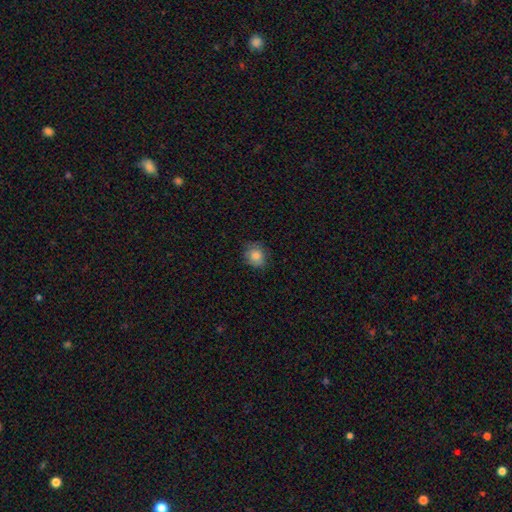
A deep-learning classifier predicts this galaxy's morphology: smooth-or-featured: smooth: 83% | star or artifact: 9% | featured or disk: 8%
  how-rounded: round: 76% | in between: 24% | cigar-shaped: 1%
  merging: none: 77% | minor disturbance: 18% | major disturbance: 4% | merger: 1%